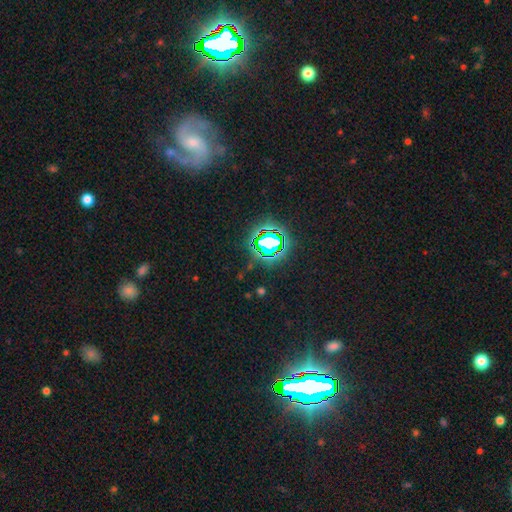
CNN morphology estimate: star or artifact 45%, featured or disk 39%, smooth 16%.